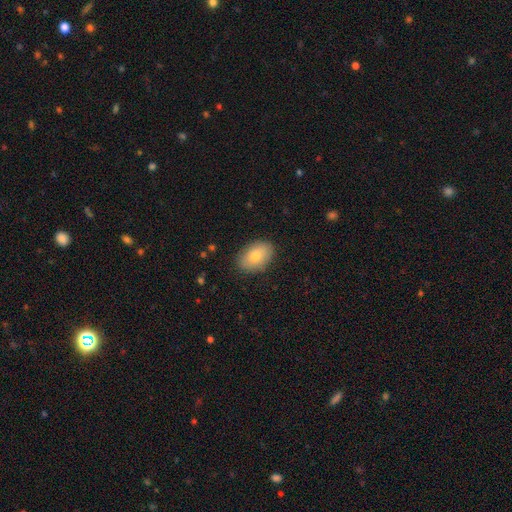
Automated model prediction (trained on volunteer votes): Smooth or featured? smooth (78%)
How rounded? in between (89%)
Merging? none (87%)